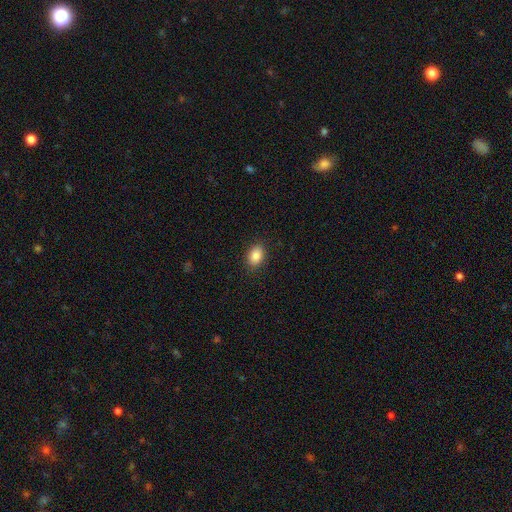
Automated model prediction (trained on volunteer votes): smooth_or_featured: smooth (p=0.87) [alt: star or artifact p=0.08]
how_rounded: in between (p=0.77) [alt: round p=0.22]
merging: none (p=0.88) [alt: minor disturbance p=0.08]